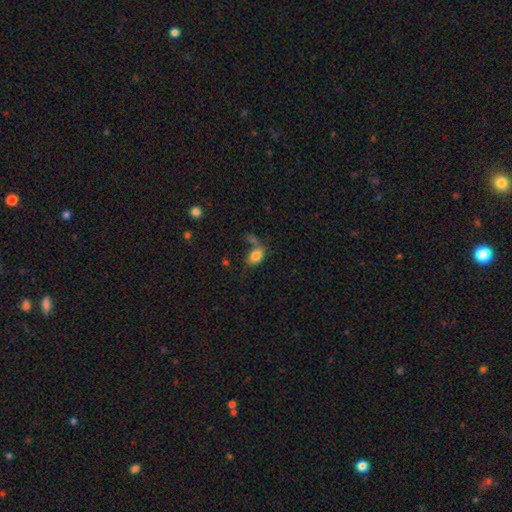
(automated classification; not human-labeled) smooth 80%, featured or disk 11%, star or artifact 9%. Down the decision tree: how rounded — in between (78%); merging — none (35%).